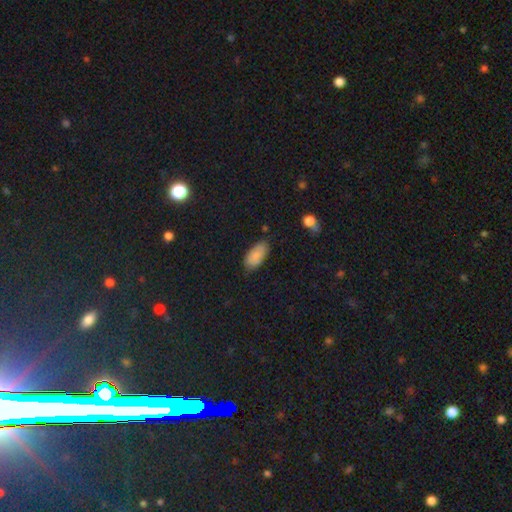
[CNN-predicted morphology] Smooth or featured? Predicted: smooth (p=0.83). How rounded? Predicted: in between (p=0.93). Merging? Predicted: none (p=0.74).